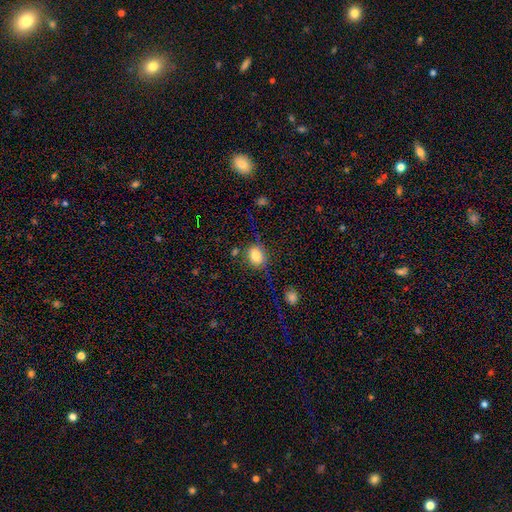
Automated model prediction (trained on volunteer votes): Smooth or featured: smooth — 82% (star or artifact — 10%)
How rounded: round — 54% (in between — 45%)
Merging: none — 77% (minor disturbance — 14%)